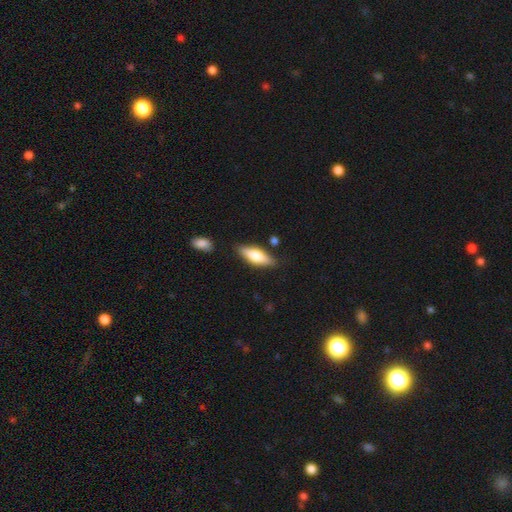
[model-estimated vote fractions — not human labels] A smooth galaxy with no disk features (59%) that is in between round and cigar-shaped (59%). Merging: none (81%).